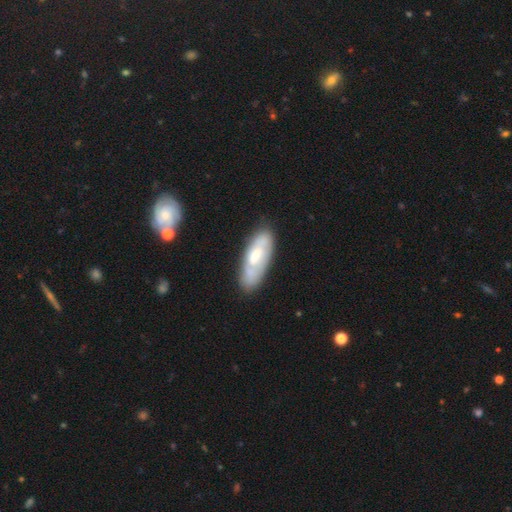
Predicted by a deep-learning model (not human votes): Morphology: type=smooth (50%); roundness=in between (66%); merging=none (67%).